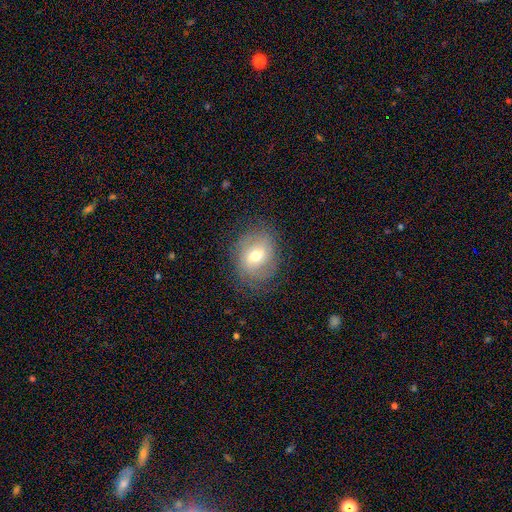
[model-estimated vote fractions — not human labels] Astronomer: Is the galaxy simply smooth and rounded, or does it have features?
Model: smooth — 52% (runner-up: featured or disk, 37%).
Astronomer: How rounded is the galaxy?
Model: round — 55% (runner-up: in between, 44%).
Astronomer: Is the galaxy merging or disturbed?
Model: none — 73%.